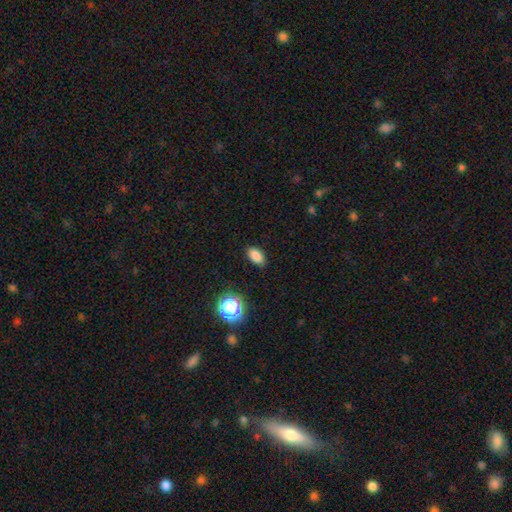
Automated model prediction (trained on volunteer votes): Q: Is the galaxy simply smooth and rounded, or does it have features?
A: smooth — 83%.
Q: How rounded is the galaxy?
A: in between — 89%.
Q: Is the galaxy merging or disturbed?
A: none — 88%.